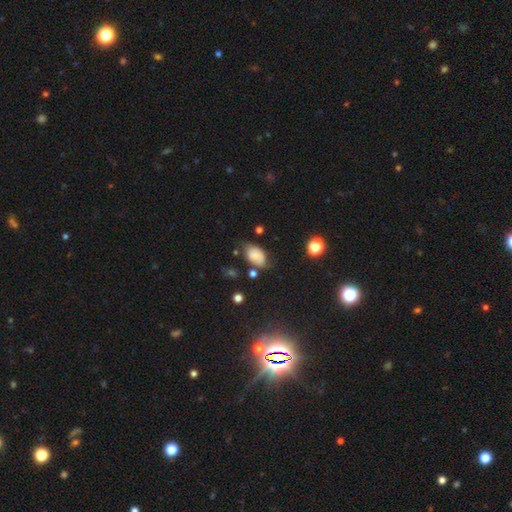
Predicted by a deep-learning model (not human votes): smooth 68%, featured or disk 21%, star or artifact 10%. Down the decision tree: how rounded — in between (89%); merging — none (61%).